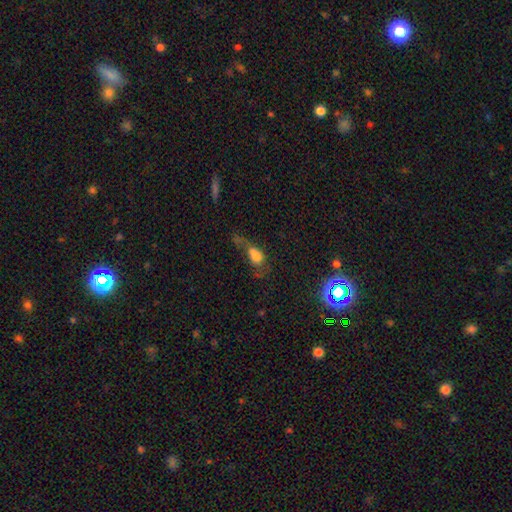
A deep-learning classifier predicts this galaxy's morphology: smooth-or-featured: smooth: 61% | featured or disk: 22% | star or artifact: 16%
  how-rounded: in between: 68% | round: 23% | cigar-shaped: 9%
  merging: merger: 34% | major disturbance: 33% | none: 19% | minor disturbance: 14%